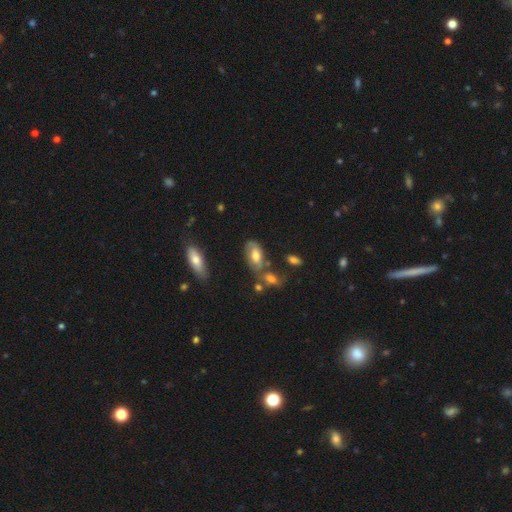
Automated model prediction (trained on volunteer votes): Smooth or featured: smooth — 53% (featured or disk — 39%)
How rounded: in between — 90% (cigar-shaped — 6%)
Merging: none — 53% (minor disturbance — 23%)